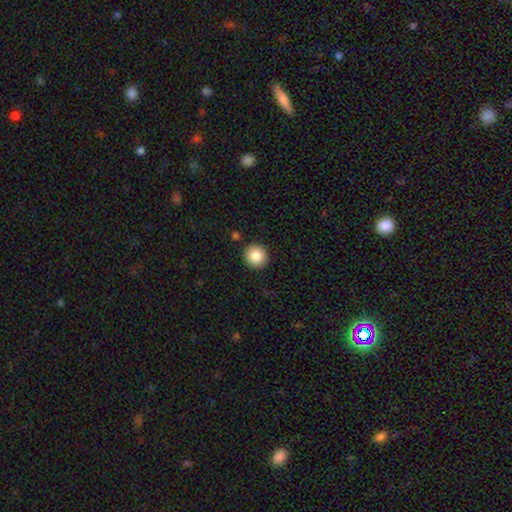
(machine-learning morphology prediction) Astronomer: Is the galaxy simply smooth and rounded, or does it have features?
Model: smooth — 86%.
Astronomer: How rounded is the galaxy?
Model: round — 94%.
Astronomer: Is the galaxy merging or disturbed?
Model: none — 91%.